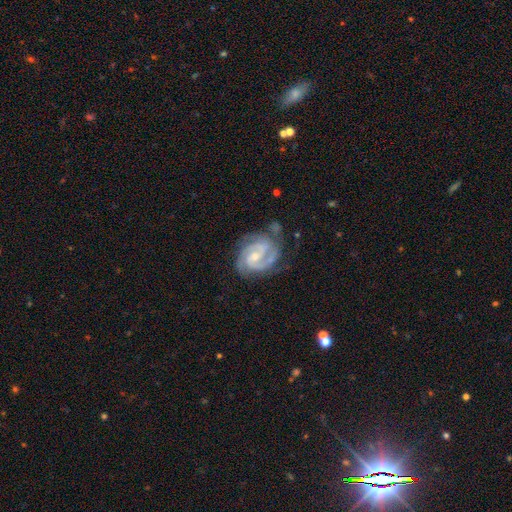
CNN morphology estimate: Q: Smooth or featured?
A: featured or disk (91%); runner-up: star or artifact (4%)
Q: Edge-on disk?
A: no (98%); runner-up: yes (2%)
Q: Bar?
A: weak (48%); runner-up: no (37%)
Q: Spiral arms?
A: yes (98%); runner-up: no (2%)
Q: Spiral winding?
A: tight (56%); runner-up: medium (39%)
Q: Spiral arm count?
A: 2 (63%); runner-up: 3 (24%)
Q: Bulge size?
A: small (57%); runner-up: moderate (38%)
Q: Merging?
A: none (68%); runner-up: minor disturbance (21%)